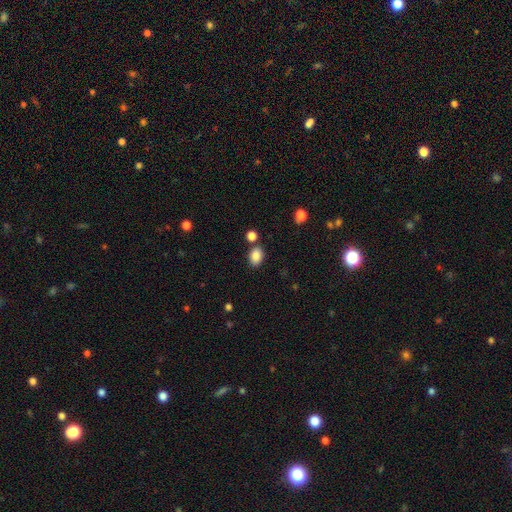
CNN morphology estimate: Smooth or featured?
  - smooth: 86% *
  - star or artifact: 9%
  - featured or disk: 5%
How rounded?
  - in between: 74% *
  - round: 25%
  - cigar-shaped: 1%
Merging?
  - none: 77% *
  - minor disturbance: 11%
  - merger: 9%
  - major disturbance: 3%